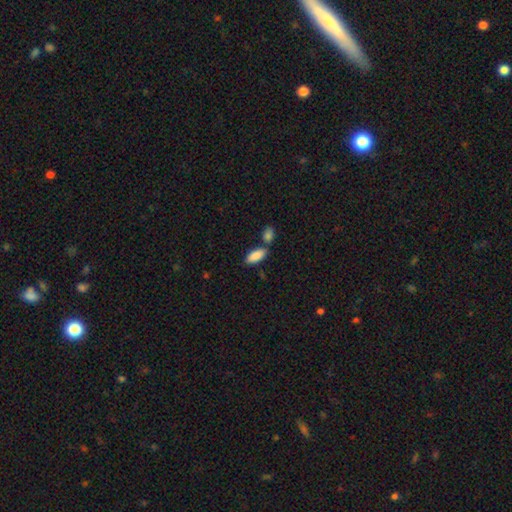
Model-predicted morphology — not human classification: smooth-or-featured: smooth: 89% | star or artifact: 6% | featured or disk: 5%
  how-rounded: in between: 86% | cigar-shaped: 12% | round: 2%
  merging: none: 63% | merger: 22% | minor disturbance: 12% | major disturbance: 3%